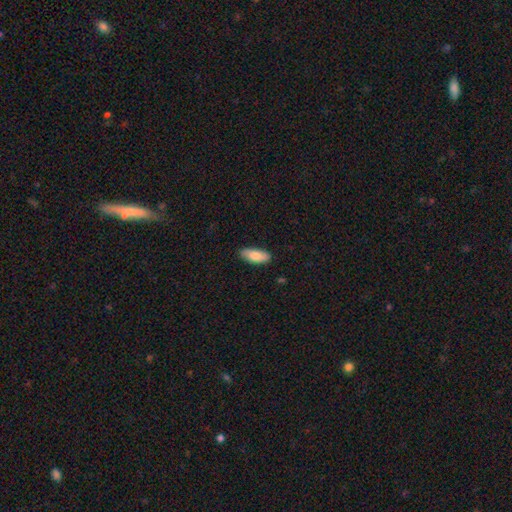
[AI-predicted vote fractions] Morphology: type=smooth (83%); roundness=in between (81%); merging=none (87%).